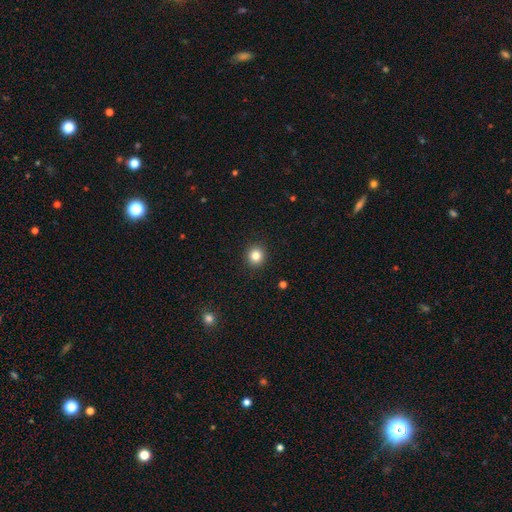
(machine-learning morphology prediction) smooth 83%, star or artifact 11%, featured or disk 5%. Down the decision tree: how rounded — round (92%); merging — none (93%).